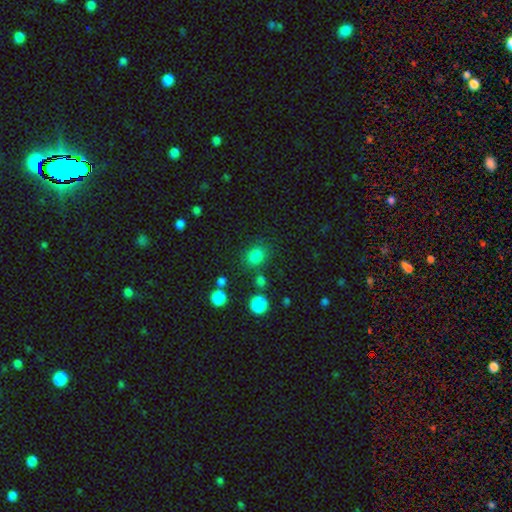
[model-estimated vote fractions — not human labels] smooth 81%, star or artifact 14%, featured or disk 5%. Down the decision tree: how rounded — round (66%); merging — none (77%).